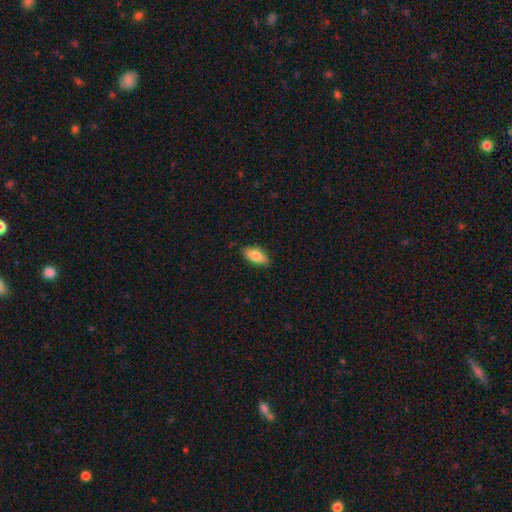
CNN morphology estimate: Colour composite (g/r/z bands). It shows a smooth galaxy with no disk features (81%) that is in between round and cigar-shaped (89%). Merging: none (84%).